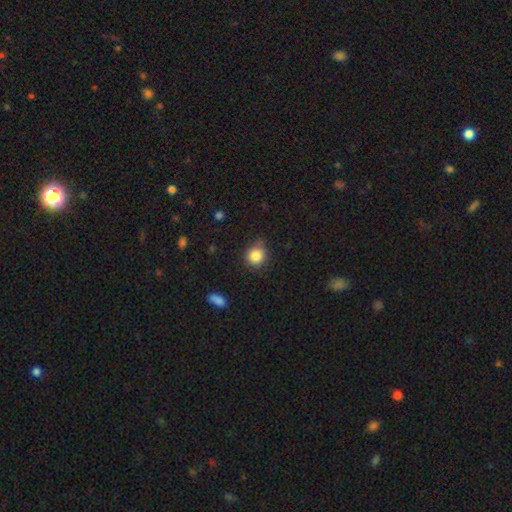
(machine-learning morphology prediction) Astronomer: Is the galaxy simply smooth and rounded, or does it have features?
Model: smooth — 84%.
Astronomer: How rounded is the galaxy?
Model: round — 88%.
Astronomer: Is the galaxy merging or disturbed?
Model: none — 73%.